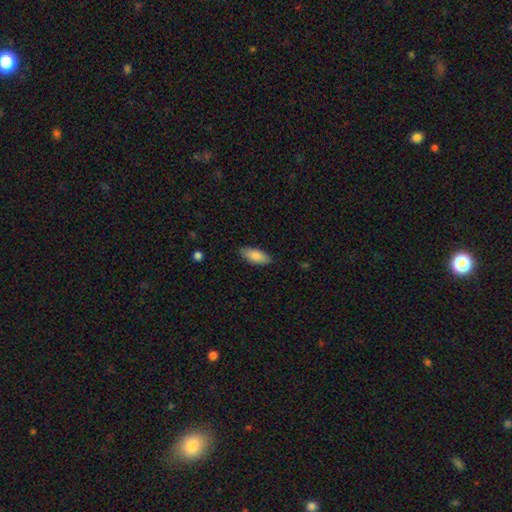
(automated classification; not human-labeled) Overall: smooth (85%). How rounded: in between (78%). Merging: none (87%).